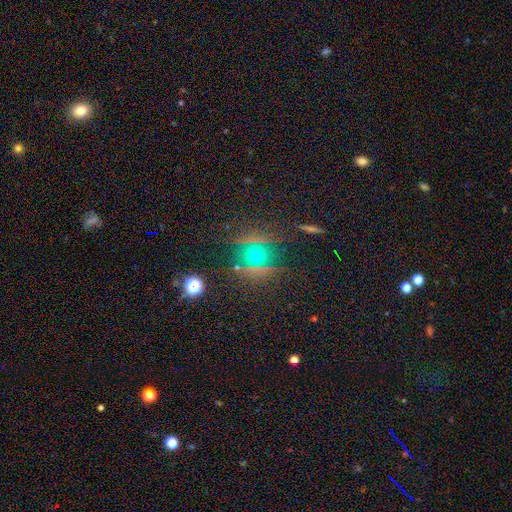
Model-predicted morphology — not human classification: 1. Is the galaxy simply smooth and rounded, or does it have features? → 46% star or artifact, 32% smooth, 22% featured or disk.